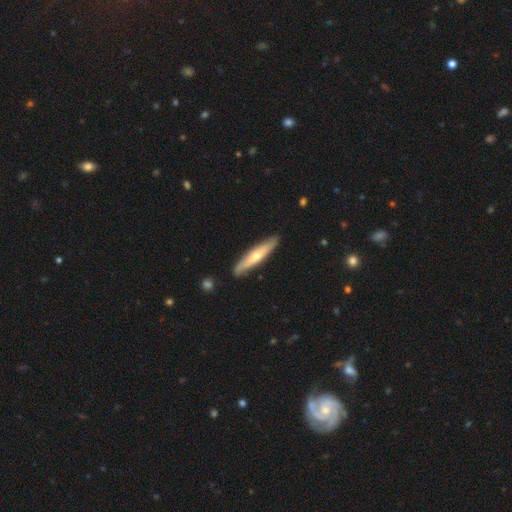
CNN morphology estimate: smooth-or-featured: featured or disk: 49% | smooth: 46% | star or artifact: 5%
  merging: none: 87% | minor disturbance: 10% | major disturbance: 2% | merger: 2%